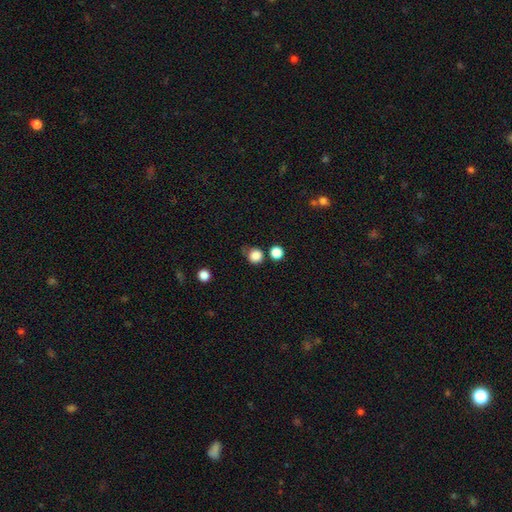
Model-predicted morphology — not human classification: Smooth or featured?
  - smooth: 84% *
  - star or artifact: 12%
  - featured or disk: 4%
How rounded?
  - round: 90% *
  - in between: 10%
  - cigar-shaped: 1%
Merging?
  - none: 68% *
  - minor disturbance: 18%
  - merger: 8%
  - major disturbance: 6%